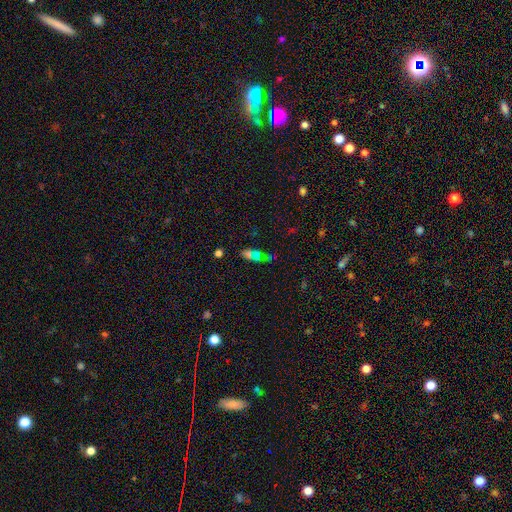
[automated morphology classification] Smooth or featured: smooth — 52% (star or artifact — 26%)
How rounded: in between — 55% (round — 23%)
Merging: merger — 39% (none — 38%)